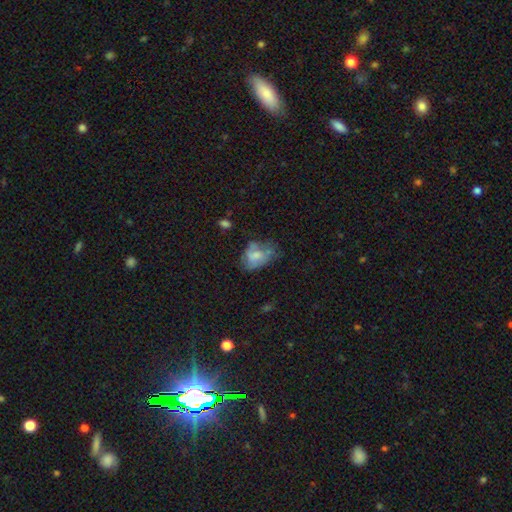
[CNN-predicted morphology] type=smooth (52%); roundness=in between (76%); merging=none (35%).